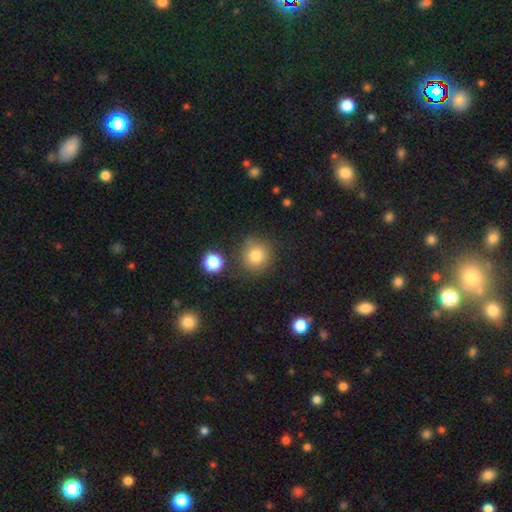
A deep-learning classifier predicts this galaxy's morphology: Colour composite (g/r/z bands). It shows a smooth galaxy with no disk features (81%) that is round (91%). Merging: none (78%).